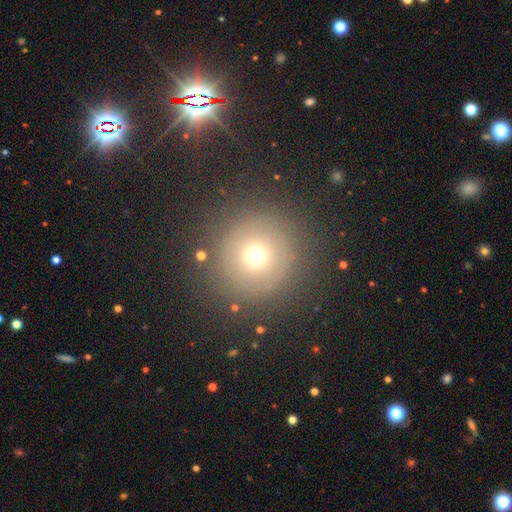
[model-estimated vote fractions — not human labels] smooth_or_featured: smooth (p=0.66) [alt: star or artifact p=0.20]
how_rounded: round (p=0.94) [alt: in between p=0.05]
merging: none (p=0.85) [alt: minor disturbance p=0.08]